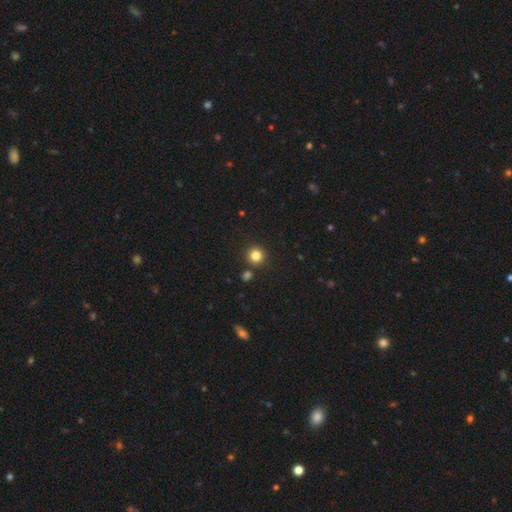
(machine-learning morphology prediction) smooth_or_featured: smooth (p=0.82) [alt: star or artifact p=0.13]
how_rounded: round (p=0.94) [alt: in between p=0.05]
merging: none (p=0.87) [alt: minor disturbance p=0.06]